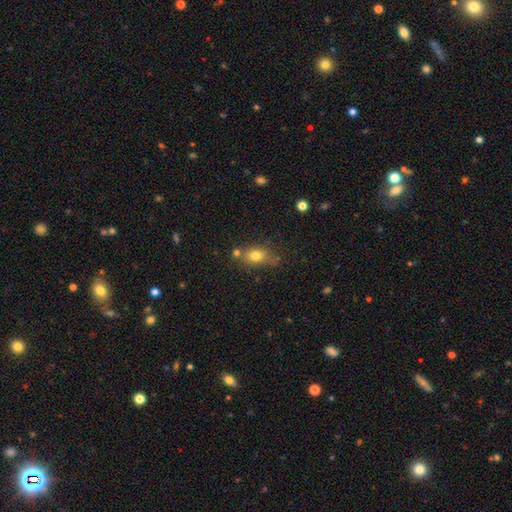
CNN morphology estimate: The model was most divided on "how rounded": in between: 64%, round: 33%, cigar-shaped: 3%. More confident: smooth or featured — smooth (76%); merging — none (58%).